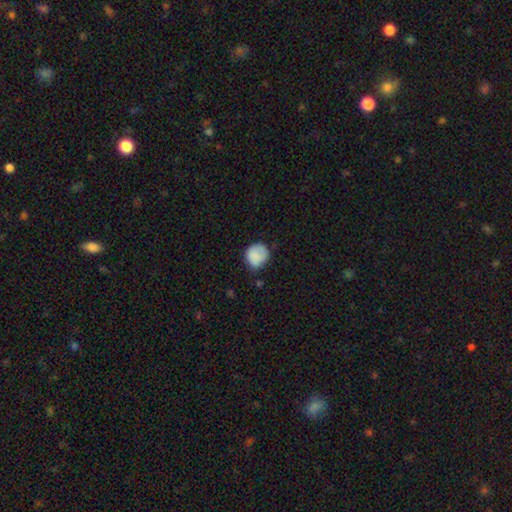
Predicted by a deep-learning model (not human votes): smooth-or-featured: smooth: 84% | featured or disk: 8% | star or artifact: 8%
  how-rounded: round: 81% | in between: 18% | cigar-shaped: 1%
  merging: none: 67% | minor disturbance: 26% | major disturbance: 6% | merger: 2%